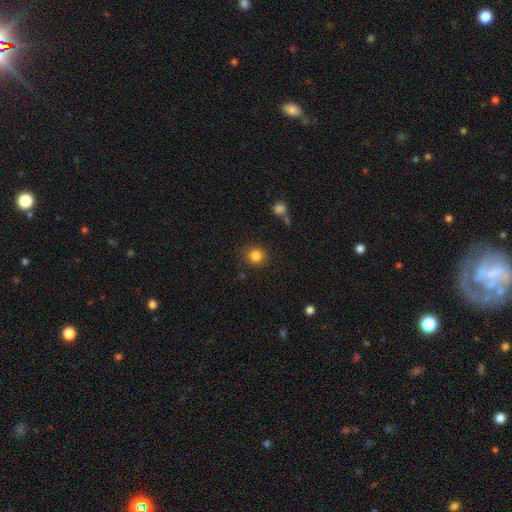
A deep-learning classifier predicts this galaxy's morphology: Overall: smooth (84%). How rounded: round (89%). Merging: none (84%).